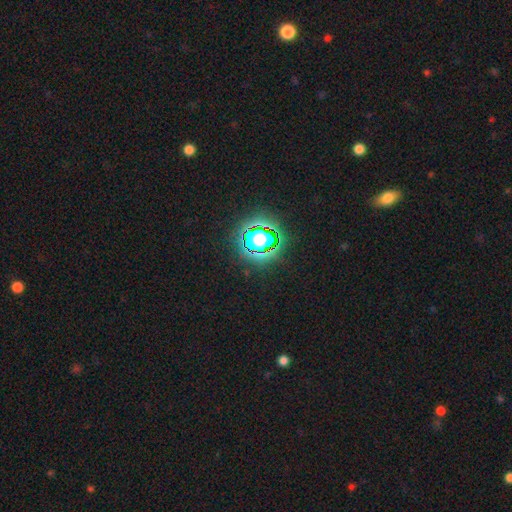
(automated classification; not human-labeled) A star or artifact, not a galaxy (80%).

Vote fractions:
- Smooth or featured? star or artifact: 80% / smooth: 13% / featured or disk: 6%